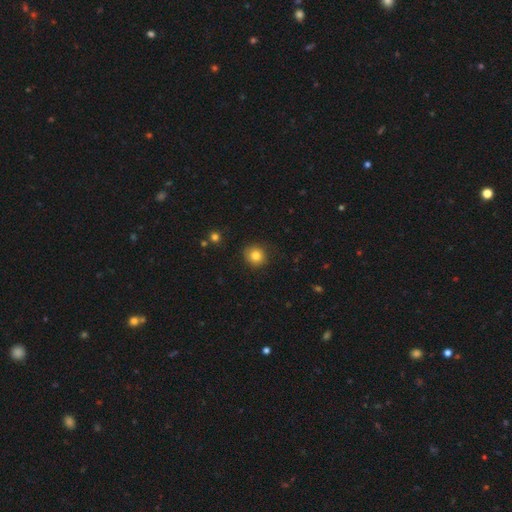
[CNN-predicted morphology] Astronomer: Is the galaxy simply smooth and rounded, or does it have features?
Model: smooth — 82%.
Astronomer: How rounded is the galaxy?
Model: round — 89%.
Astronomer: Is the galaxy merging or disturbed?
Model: none — 87%.